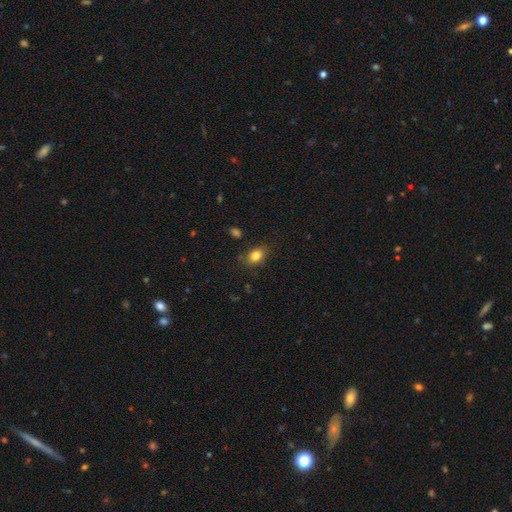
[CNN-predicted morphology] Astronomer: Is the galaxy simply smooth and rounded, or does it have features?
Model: smooth — 82%.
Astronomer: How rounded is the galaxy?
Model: in between — 73%.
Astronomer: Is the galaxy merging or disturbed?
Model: none — 82%.